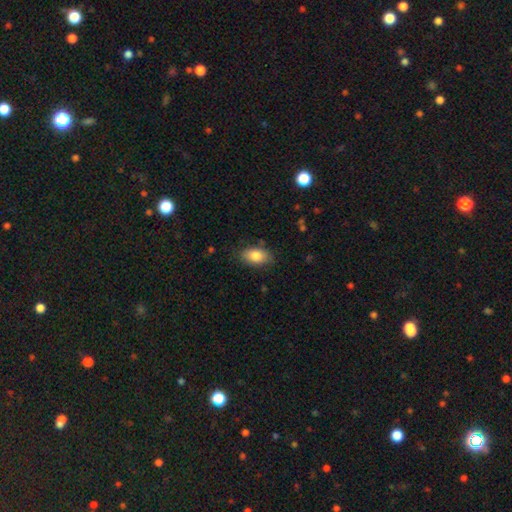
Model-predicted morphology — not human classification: Smooth or featured?
  - smooth: 84% *
  - featured or disk: 9%
  - star or artifact: 7%
How rounded?
  - in between: 91% *
  - round: 7%
  - cigar-shaped: 2%
Merging?
  - none: 82% *
  - minor disturbance: 14%
  - major disturbance: 3%
  - merger: 1%